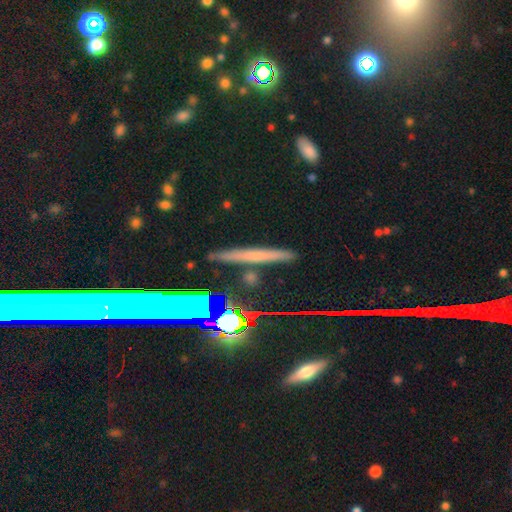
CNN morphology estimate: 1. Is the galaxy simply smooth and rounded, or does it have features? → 44% featured or disk, 37% smooth, 19% star or artifact.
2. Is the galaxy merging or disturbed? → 84% none, 11% minor disturbance, 3% merger, 2% major disturbance.